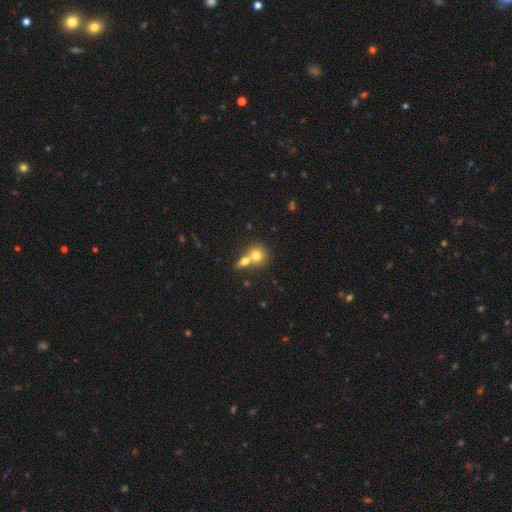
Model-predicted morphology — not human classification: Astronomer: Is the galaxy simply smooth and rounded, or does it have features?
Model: smooth — 74%.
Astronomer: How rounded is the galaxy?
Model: round — 78%.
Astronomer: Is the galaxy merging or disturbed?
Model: merger — 59%.